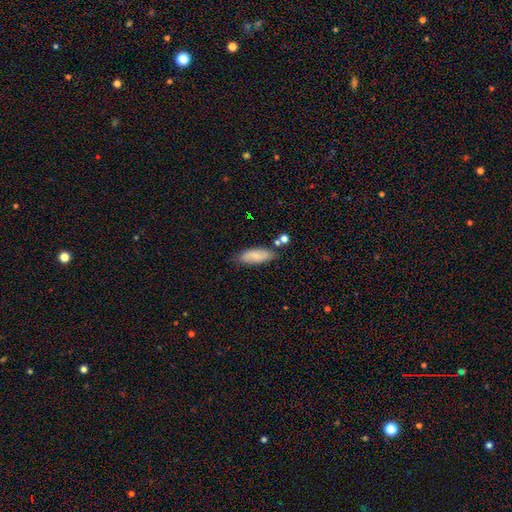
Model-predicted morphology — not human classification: Smooth or featured: smooth — 70% (featured or disk — 23%)
How rounded: in between — 68% (cigar-shaped — 30%)
Merging: none — 74% (minor disturbance — 18%)